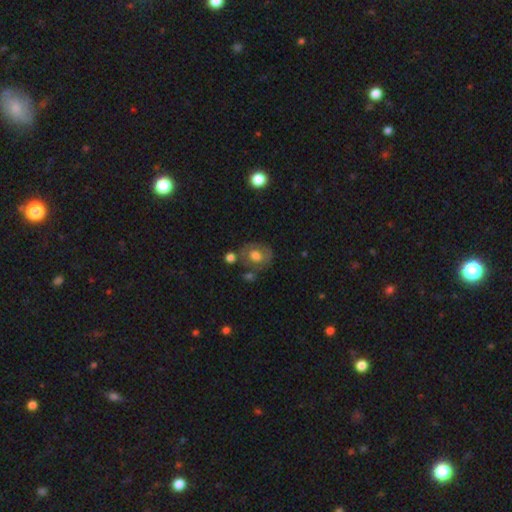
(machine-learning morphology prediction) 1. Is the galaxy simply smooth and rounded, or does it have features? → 52% smooth, 39% featured or disk, 9% star or artifact.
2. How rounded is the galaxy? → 50% round, 49% in between, 1% cigar-shaped.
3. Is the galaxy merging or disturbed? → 58% none, 21% minor disturbance, 12% merger, 10% major disturbance.